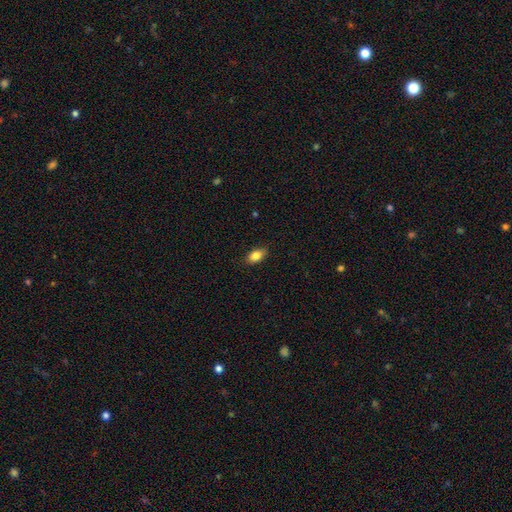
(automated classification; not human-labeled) Q: Smooth or featured?
A: smooth (84%); runner-up: featured or disk (8%)
Q: How rounded?
A: in between (88%); runner-up: round (8%)
Q: Merging?
A: none (85%); runner-up: minor disturbance (12%)